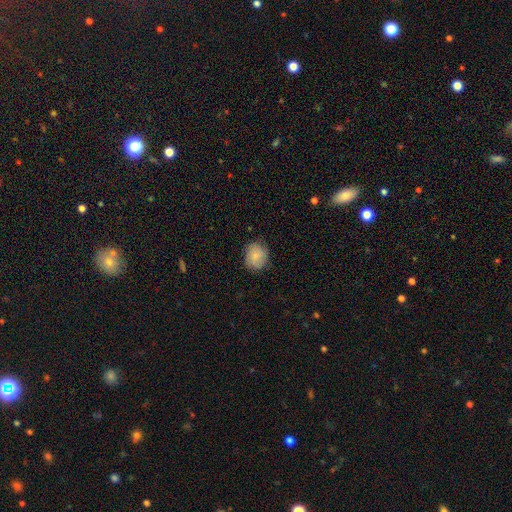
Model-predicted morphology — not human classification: Smooth or featured: smooth — 81% (featured or disk — 12%)
How rounded: round — 70% (in between — 29%)
Merging: none — 80% (minor disturbance — 16%)